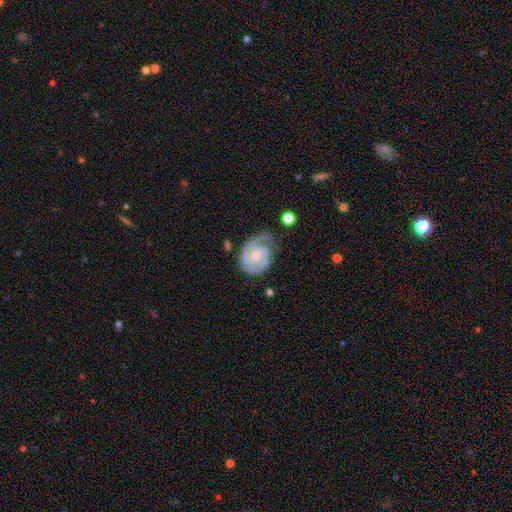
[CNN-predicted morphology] This appears to be a featured or disk galaxy (83%) with no bar (61%), 2 (57%) tight (54%) spiral arms (95%) and a small central bulge (52%). Merging: none (56%).